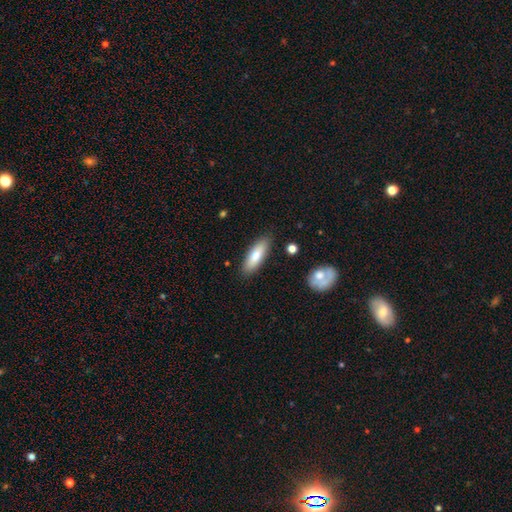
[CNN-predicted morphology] The model was most divided on "how rounded": in between: 54%, cigar-shaped: 44%, round: 2%. More confident: merging — none (86%); smooth or featured — smooth (78%).